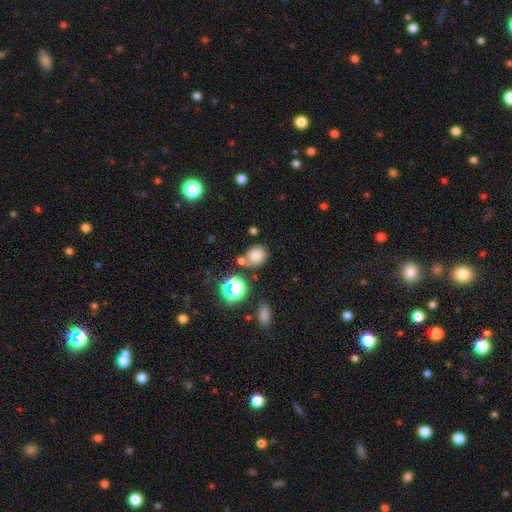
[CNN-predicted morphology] smooth_or_featured: smooth (p=0.74) [alt: star or artifact p=0.17]
how_rounded: round (p=0.71) [alt: in between p=0.28]
merging: none (p=0.59) [alt: merger p=0.20]